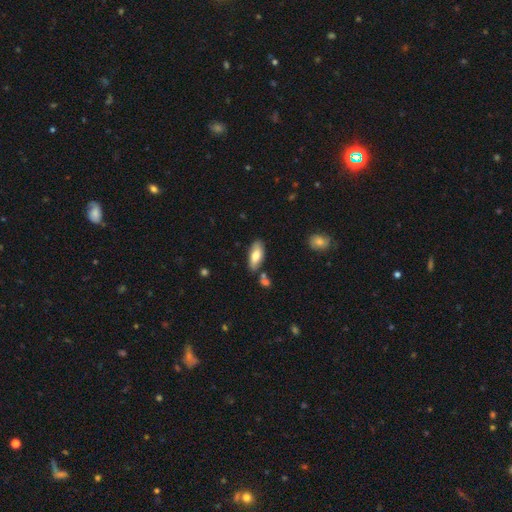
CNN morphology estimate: Overall: smooth (74%). How rounded: in between (81%). Merging: none (77%).